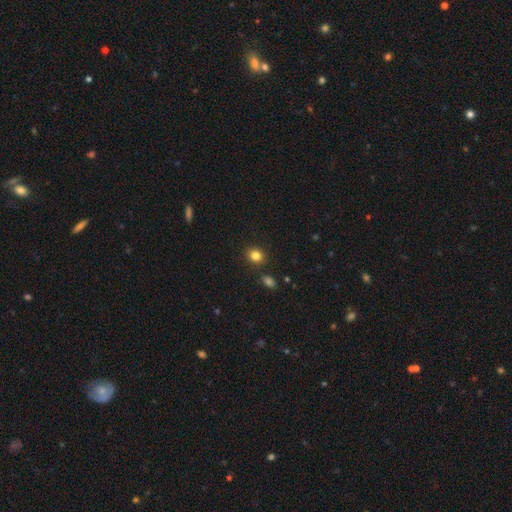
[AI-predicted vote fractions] Smooth or featured? Predicted: smooth (p=0.83). How rounded? Predicted: round (p=0.67). Merging? Predicted: none (p=0.86).